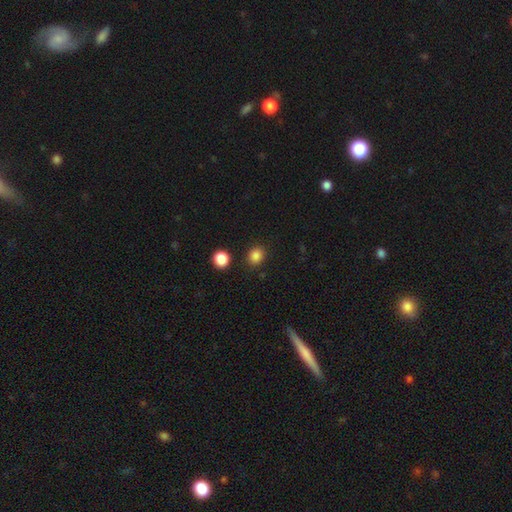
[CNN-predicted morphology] A smooth galaxy with no disk features (85%) that is round (69%). Merging: none (87%).